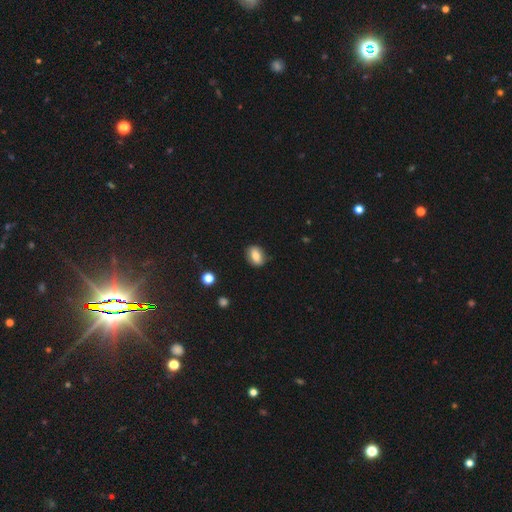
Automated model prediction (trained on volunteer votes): Q: Smooth or featured?
A: smooth (70%); runner-up: featured or disk (21%)
Q: How rounded?
A: in between (69%); runner-up: round (29%)
Q: Merging?
A: none (81%); runner-up: minor disturbance (15%)